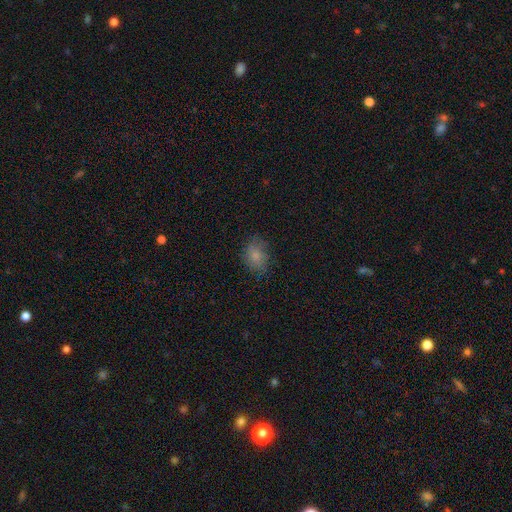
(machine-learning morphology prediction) The model was most divided on "how rounded": in between: 70%, round: 28%, cigar-shaped: 1%. More confident: smooth or featured — smooth (81%); merging — none (74%).